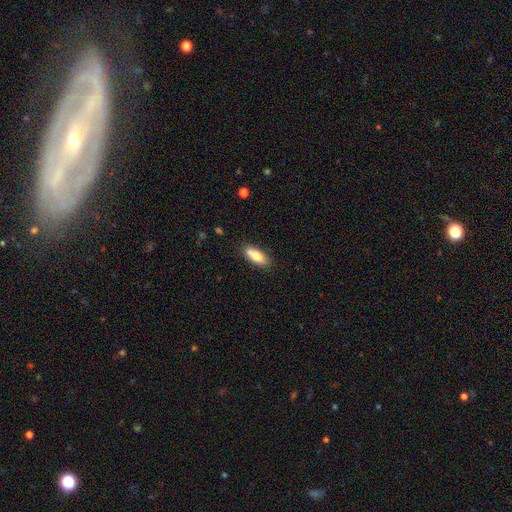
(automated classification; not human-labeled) Smooth or featured: smooth — 78% (featured or disk — 15%)
How rounded: in between — 75% (cigar-shaped — 22%)
Merging: none — 76% (minor disturbance — 15%)